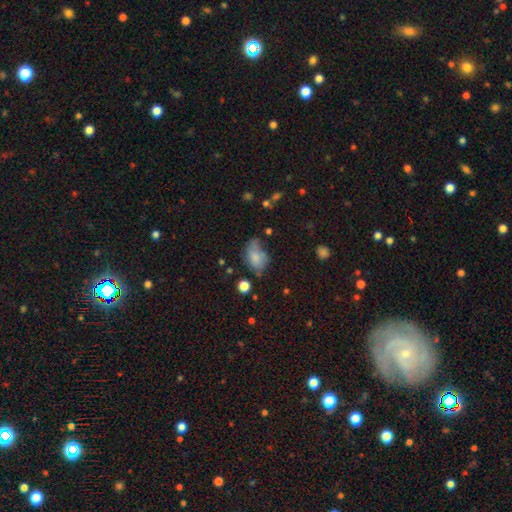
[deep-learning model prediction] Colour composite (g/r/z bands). It shows a smooth galaxy with no disk features (73%) that is in between round and cigar-shaped (86%). Merging: none (37%).